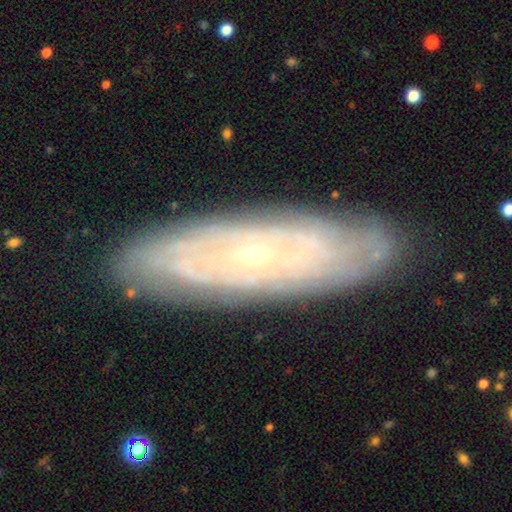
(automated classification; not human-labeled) Smooth or featured? featured or disk (79%)
Edge-on disk? no (80%)
Bar? no (75%)
Spiral arms? yes (90%)
Spiral winding? tight (82%)
Spiral arm count? can't tell (58%)
Bulge size? small (87%)
Merging? none (86%)